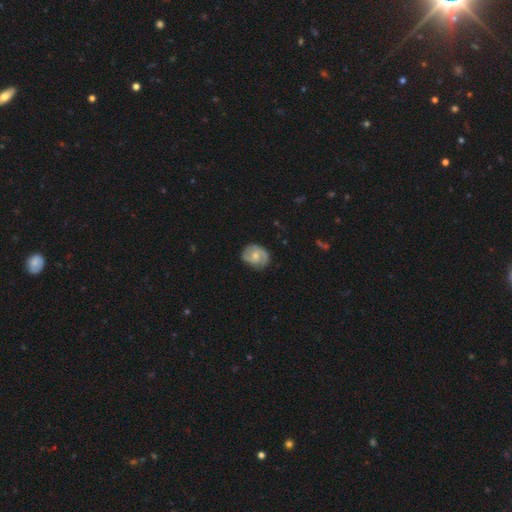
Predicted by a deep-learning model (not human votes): Morphology: type=featured or disk (69%); edge-on=no (98%); bar=no (57%); spiral arms=yes (90%); winding=medium (44%); arm count=2 (77%); bulge=moderate (57%); merging=none (74%).